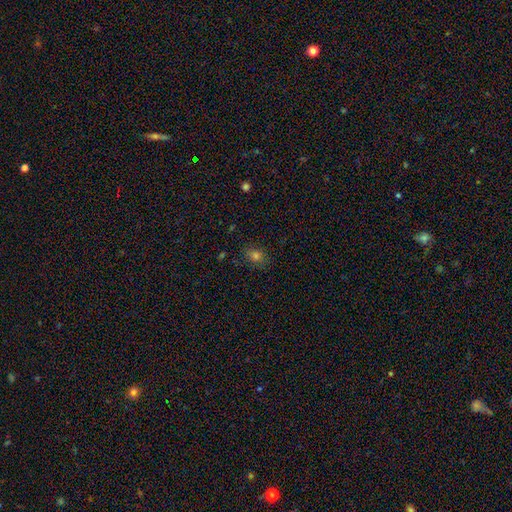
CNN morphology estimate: Smooth or featured?
  - smooth: 71% *
  - star or artifact: 21%
  - featured or disk: 8%
How rounded?
  - round: 50% *
  - in between: 49%
  - cigar-shaped: 1%
Merging?
  - none: 83% *
  - minor disturbance: 12%
  - major disturbance: 3%
  - merger: 2%